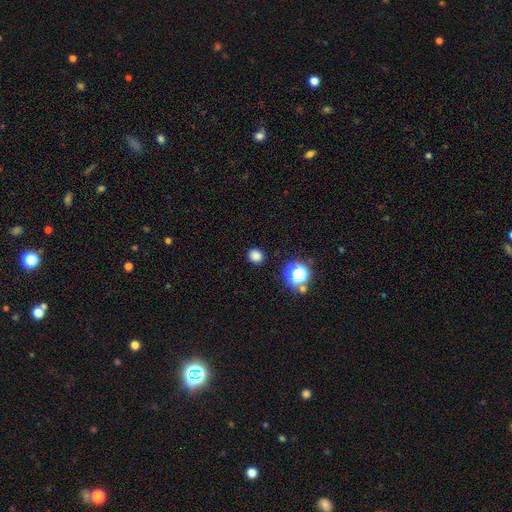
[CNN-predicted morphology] Q: Smooth or featured?
A: smooth (80%); runner-up: star or artifact (16%)
Q: How rounded?
A: round (77%); runner-up: in between (22%)
Q: Merging?
A: none (89%); runner-up: minor disturbance (7%)